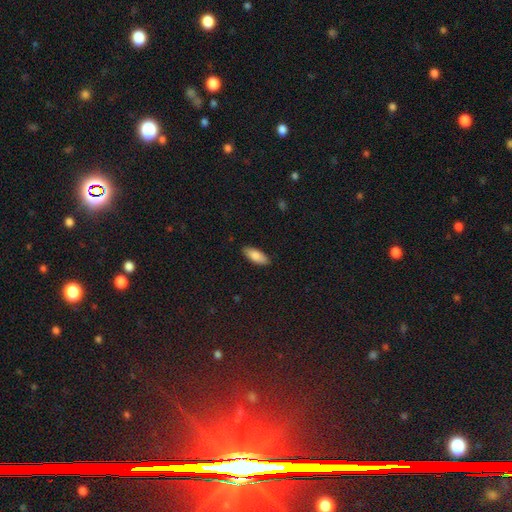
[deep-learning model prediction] smooth_or_featured: smooth (p=0.83) [alt: featured or disk p=0.11]
how_rounded: in between (p=0.78) [alt: cigar-shaped p=0.21]
merging: none (p=0.88) [alt: minor disturbance p=0.09]